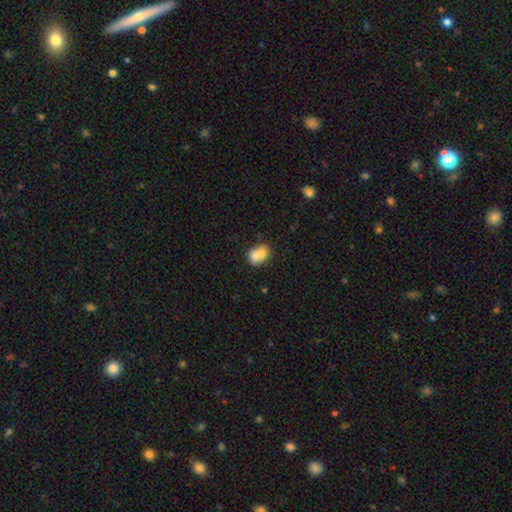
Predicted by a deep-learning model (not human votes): smooth 73%, featured or disk 18%, star or artifact 9%. Down the decision tree: how rounded — in between (67%); merging — merger (50%).